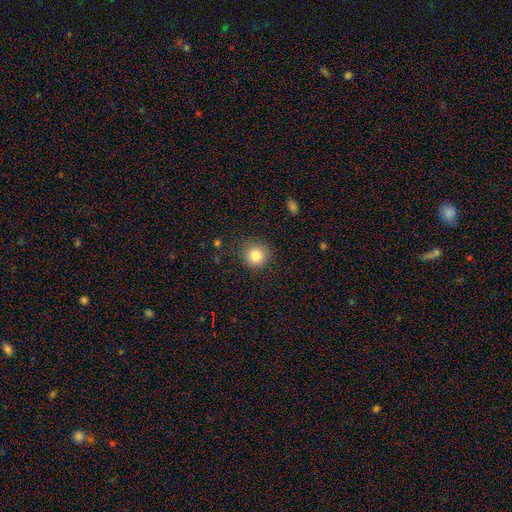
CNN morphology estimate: smooth_or_featured: smooth (p=0.84) [alt: star or artifact p=0.10]
how_rounded: round (p=0.92) [alt: in between p=0.07]
merging: none (p=0.87) [alt: minor disturbance p=0.09]